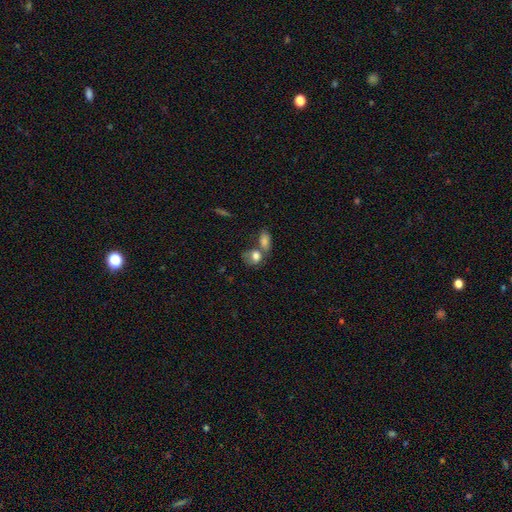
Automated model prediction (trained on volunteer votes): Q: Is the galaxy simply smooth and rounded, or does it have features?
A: smooth — 78%.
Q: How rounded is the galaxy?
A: in between — 60%.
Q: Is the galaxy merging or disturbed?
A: merger — 49%.